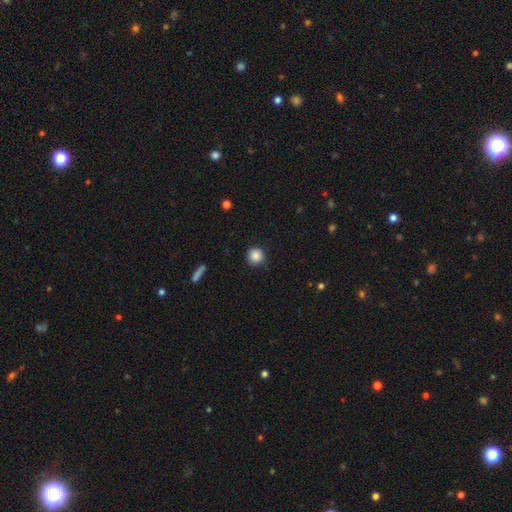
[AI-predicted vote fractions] Smooth or featured: smooth — 87% (star or artifact — 9%)
How rounded: round — 95% (in between — 4%)
Merging: none — 90% (minor disturbance — 7%)